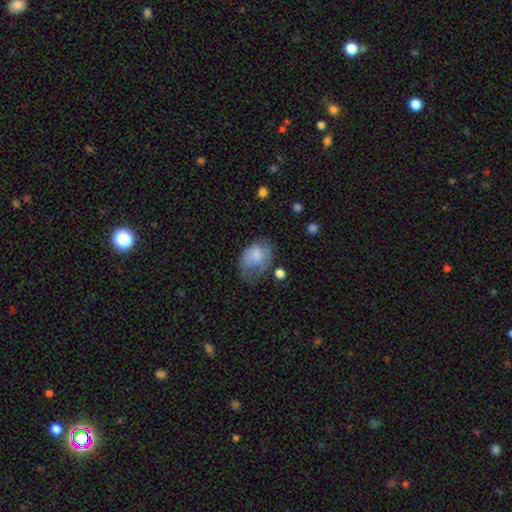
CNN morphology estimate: Q: Smooth or featured?
A: smooth (72%); runner-up: featured or disk (20%)
Q: How rounded?
A: in between (71%); runner-up: round (28%)
Q: Merging?
A: minor disturbance (34%); runner-up: none (31%)